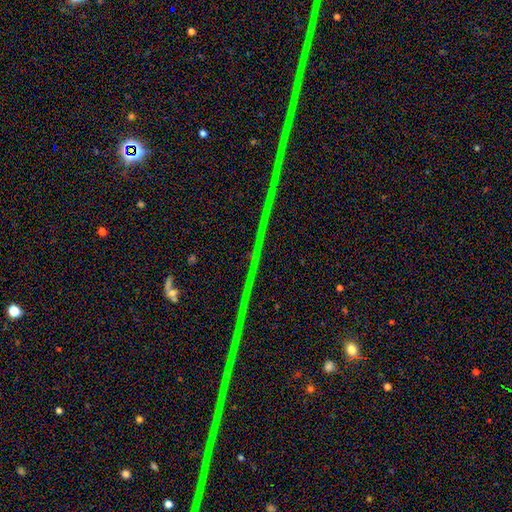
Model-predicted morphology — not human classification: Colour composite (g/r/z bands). It shows a star or artifact, not a galaxy (90%).